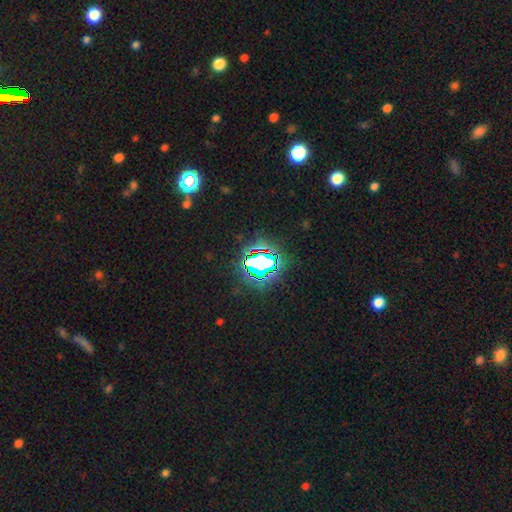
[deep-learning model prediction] smooth_or_featured: star or artifact (p=0.77) [alt: smooth p=0.14]